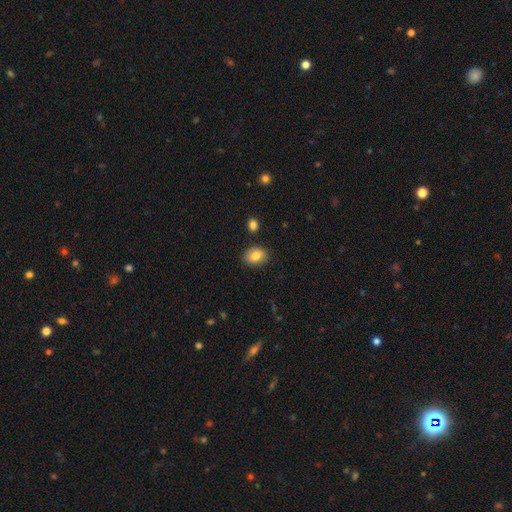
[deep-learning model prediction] smooth 84%, featured or disk 8%, star or artifact 8%. Down the decision tree: how rounded — in between (77%); merging — none (84%).